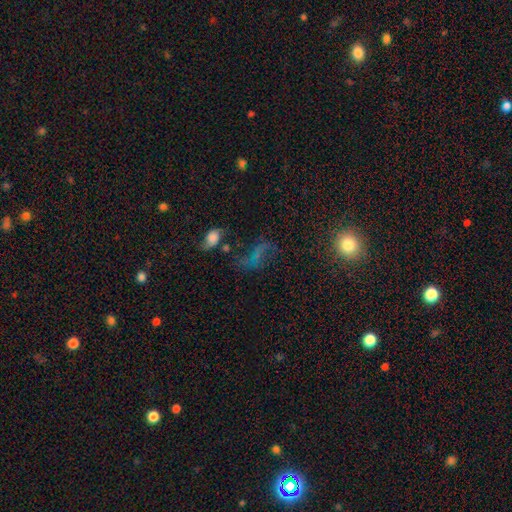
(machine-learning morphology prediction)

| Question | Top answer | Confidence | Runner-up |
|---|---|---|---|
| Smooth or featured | featured or disk | 41% | smooth (35%) |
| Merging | none | 46% | major disturbance (25%) |